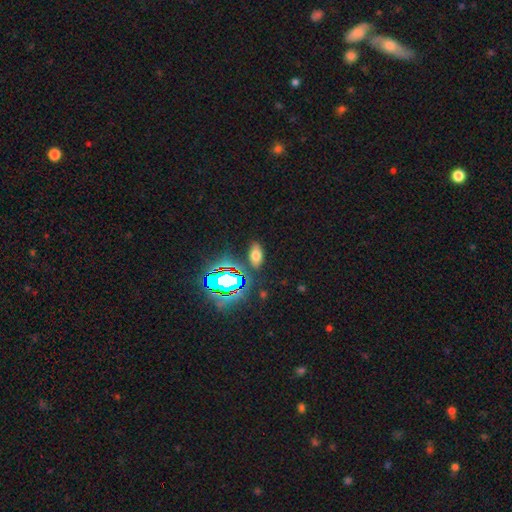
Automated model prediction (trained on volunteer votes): The model was most divided on "smooth or featured": smooth: 60%, star or artifact: 30%, featured or disk: 11%. More confident: how rounded — in between (89%); merging — none (84%).